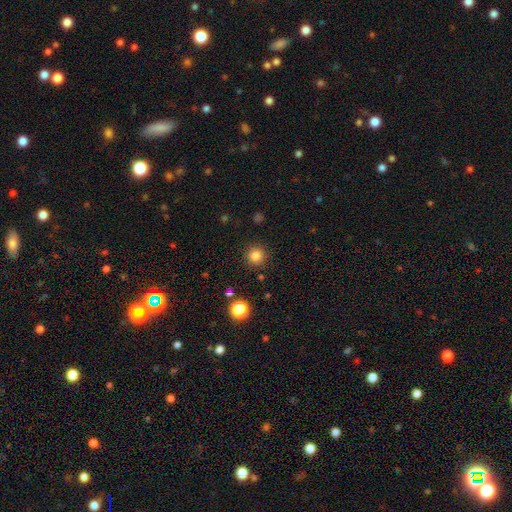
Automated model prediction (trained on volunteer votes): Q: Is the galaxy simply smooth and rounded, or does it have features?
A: smooth — 82%.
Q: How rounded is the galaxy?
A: round — 95%.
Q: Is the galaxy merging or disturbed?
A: none — 90%.